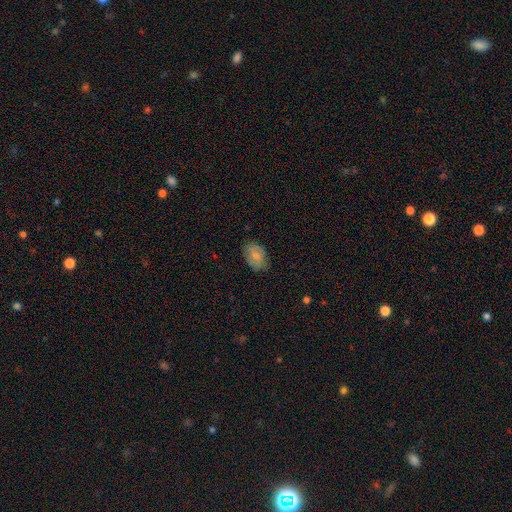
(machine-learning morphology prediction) A smooth galaxy with no disk features (76%) that is in between round and cigar-shaped (86%). Merging: none (78%).